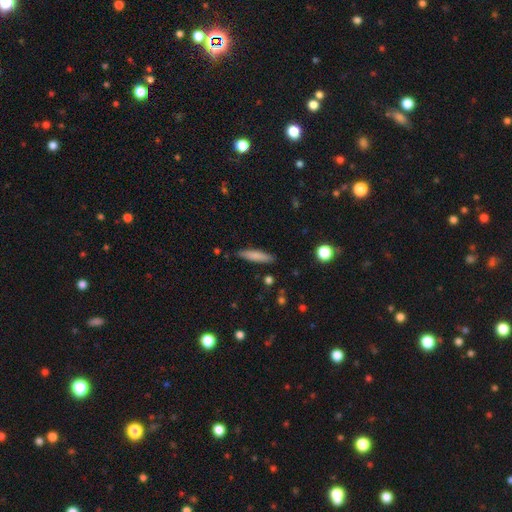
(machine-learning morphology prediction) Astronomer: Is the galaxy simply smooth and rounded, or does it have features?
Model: smooth — 78%.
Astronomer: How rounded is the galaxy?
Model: cigar-shaped — 82%.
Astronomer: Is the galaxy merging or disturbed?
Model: none — 84%.